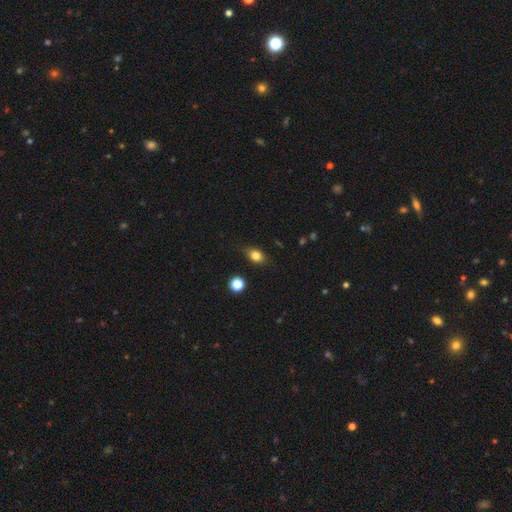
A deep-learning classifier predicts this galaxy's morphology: smooth_or_featured: smooth (p=0.79) [alt: star or artifact p=0.10]
how_rounded: in between (p=0.68) [alt: round p=0.29]
merging: none (p=0.78) [alt: minor disturbance p=0.17]